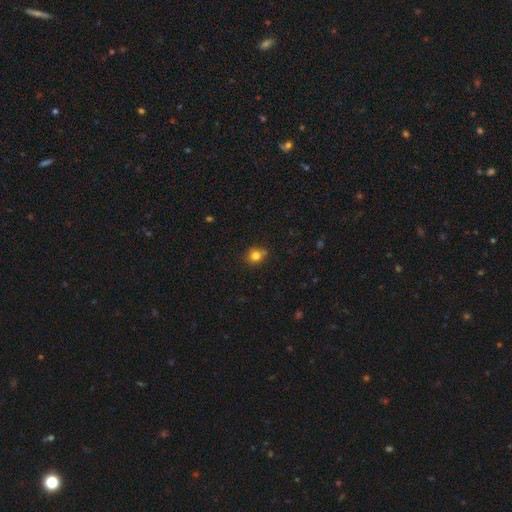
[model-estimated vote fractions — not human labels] The model was most divided on "merging": none: 72%, minor disturbance: 18%, merger: 6%, major disturbance: 4%. More confident: smooth or featured — smooth (80%); how rounded — round (78%).